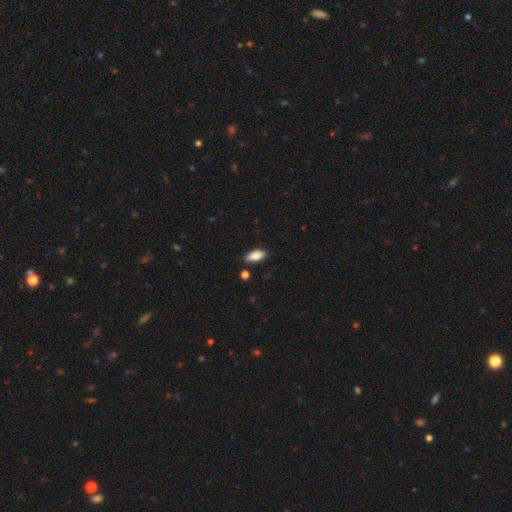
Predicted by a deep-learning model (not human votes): A smooth galaxy with no disk features (86%) that is in between round and cigar-shaped (86%).

Vote fractions:
- Smooth or featured? smooth: 86% / featured or disk: 7% / star or artifact: 7%
- How rounded? in between: 86% / cigar-shaped: 12% / round: 2%
- Merging? none: 85% / minor disturbance: 11% / merger: 2% / major disturbance: 2%